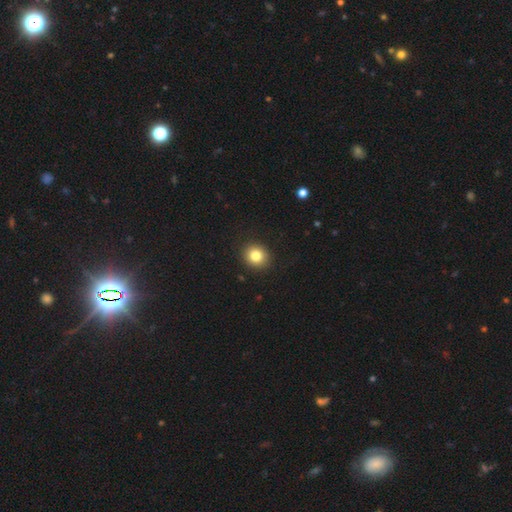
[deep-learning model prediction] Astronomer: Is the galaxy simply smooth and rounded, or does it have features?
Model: smooth — 82%.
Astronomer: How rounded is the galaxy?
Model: round — 80%.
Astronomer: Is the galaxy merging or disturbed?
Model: none — 91%.